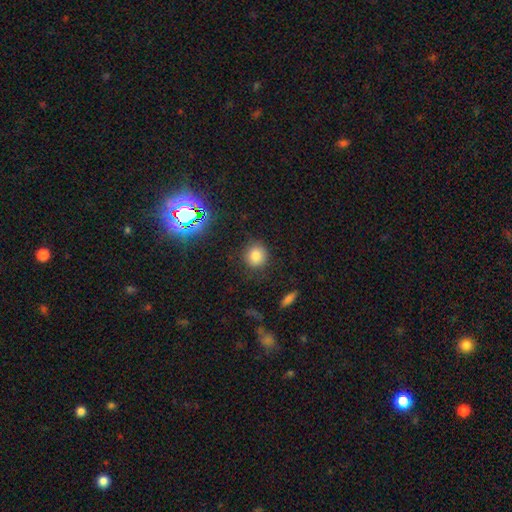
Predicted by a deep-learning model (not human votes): smooth_or_featured: smooth (p=0.79) [alt: star or artifact p=0.15]
how_rounded: round (p=0.87) [alt: in between p=0.12]
merging: none (p=0.84) [alt: minor disturbance p=0.11]